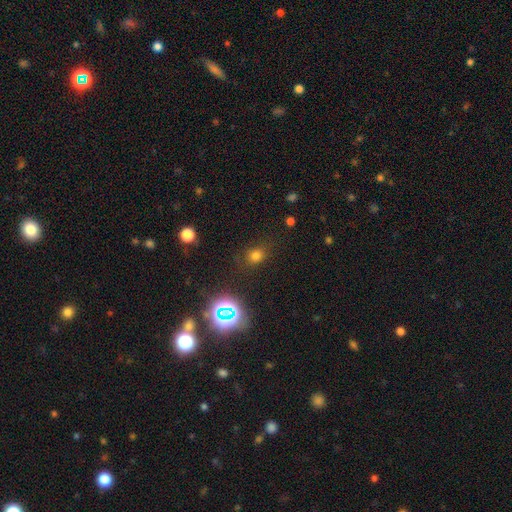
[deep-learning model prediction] Overall: smooth (68%). How rounded: round (70%). Merging: none (80%).